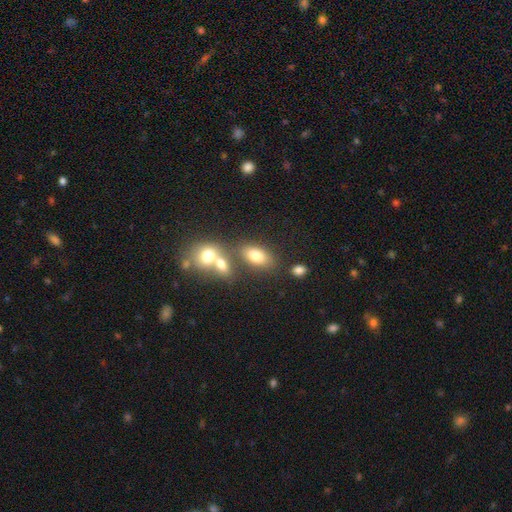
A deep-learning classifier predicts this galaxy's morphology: This is likely a smooth galaxy (77%). How rounded: clearly in between (84%). Merging: possibly none (53%).